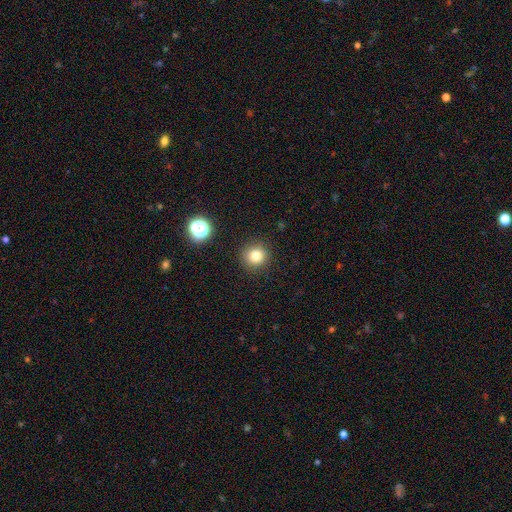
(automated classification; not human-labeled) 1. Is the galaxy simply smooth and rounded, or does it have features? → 81% smooth, 13% star or artifact, 6% featured or disk.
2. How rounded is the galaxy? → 92% round, 7% in between, 1% cigar-shaped.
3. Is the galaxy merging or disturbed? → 90% none, 6% minor disturbance, 2% major disturbance, 1% merger.